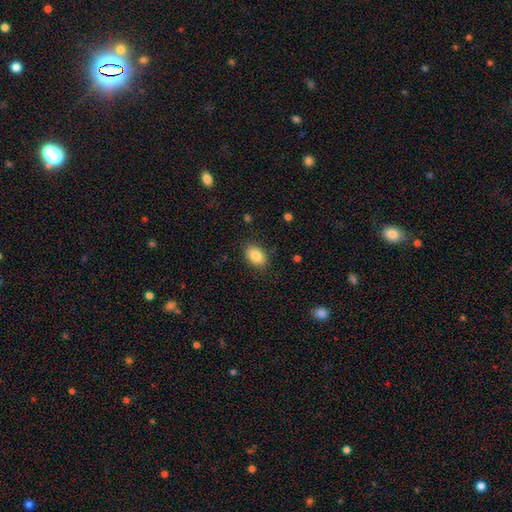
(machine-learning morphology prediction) smooth-or-featured: smooth: 86% | star or artifact: 8% | featured or disk: 6%
  how-rounded: in between: 85% | round: 14% | cigar-shaped: 1%
  merging: none: 85% | minor disturbance: 11% | major disturbance: 3% | merger: 1%